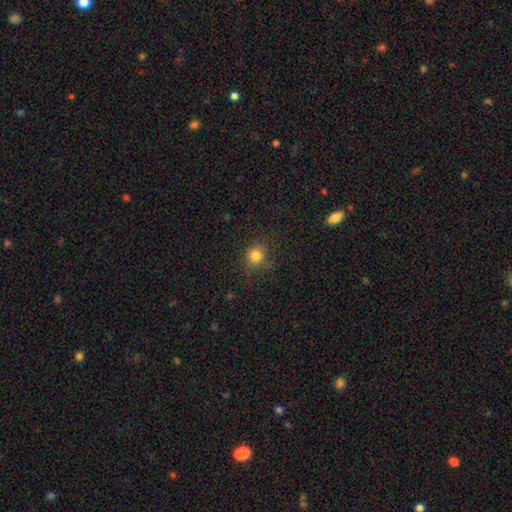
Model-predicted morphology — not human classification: A smooth galaxy with no disk features (80%) that is round (86%).

Vote fractions:
- Smooth or featured? smooth: 80% / star or artifact: 15% / featured or disk: 6%
- How rounded? round: 86% / in between: 13% / cigar-shaped: 1%
- Merging? none: 79% / minor disturbance: 14% / major disturbance: 6% / merger: 1%